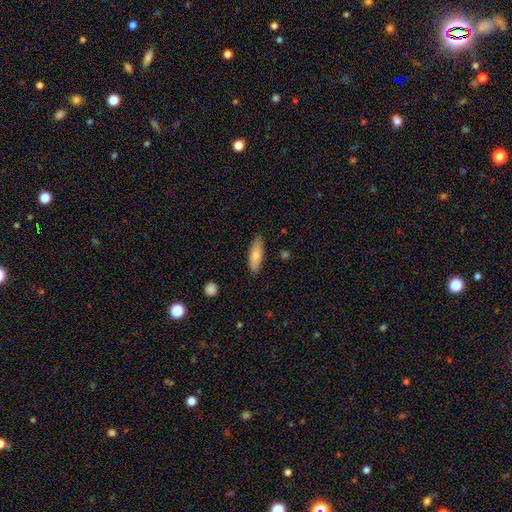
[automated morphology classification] The model was most divided on "how rounded": in between: 57%, cigar-shaped: 41%, round: 2%. More confident: merging — none (85%); smooth or featured — smooth (77%).